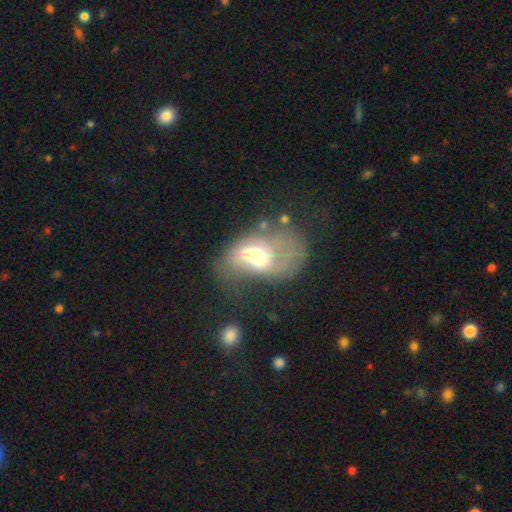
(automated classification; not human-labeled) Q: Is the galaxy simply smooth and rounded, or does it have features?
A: featured or disk — 54%.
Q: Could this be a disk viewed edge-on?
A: no — 96%.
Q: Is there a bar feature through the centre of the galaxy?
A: no — 62%.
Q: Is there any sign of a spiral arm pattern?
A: no — 58%.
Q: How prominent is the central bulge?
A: moderate — 53%.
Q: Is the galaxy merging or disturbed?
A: merger — 34%.